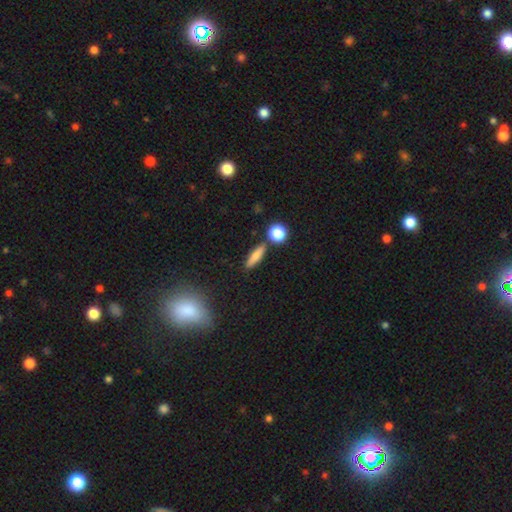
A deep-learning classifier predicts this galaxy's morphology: Smooth or featured: smooth — 77% (featured or disk — 13%)
How rounded: cigar-shaped — 62% (in between — 30%)
Merging: none — 82% (minor disturbance — 9%)